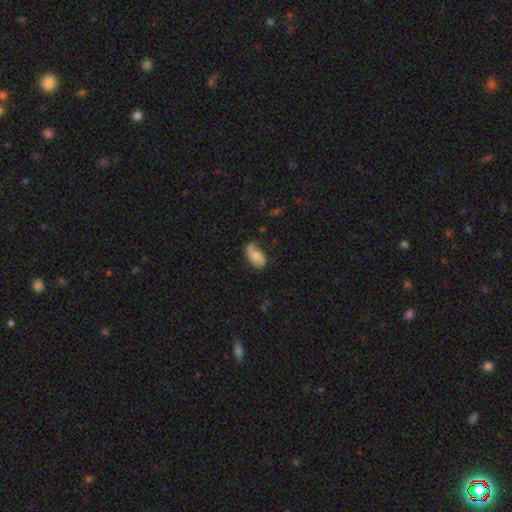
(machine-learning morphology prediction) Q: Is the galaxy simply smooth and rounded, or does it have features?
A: smooth — 58%.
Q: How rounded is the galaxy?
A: in between — 92%.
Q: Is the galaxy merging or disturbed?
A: none — 62%.